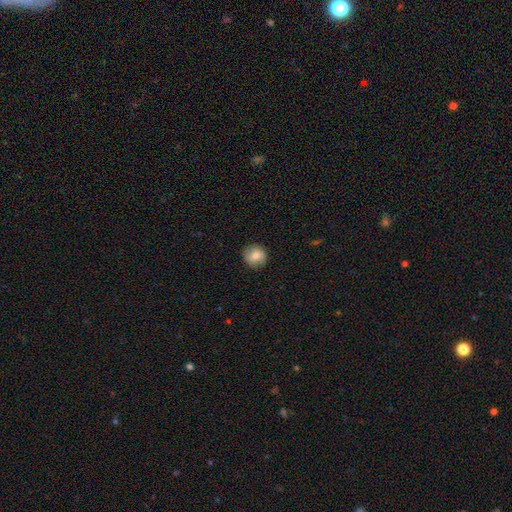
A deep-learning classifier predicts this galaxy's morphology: smooth 78%, featured or disk 13%, star or artifact 8%. Down the decision tree: how rounded — round (88%); merging — none (87%).